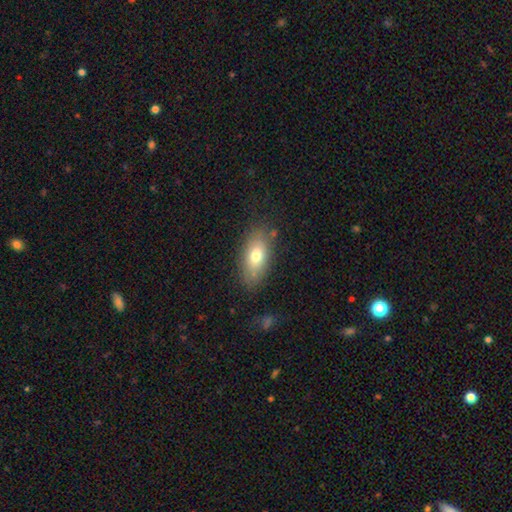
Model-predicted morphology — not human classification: This is likely a smooth galaxy (74%). How rounded: clearly in between (86%). Merging: likely none (79%).